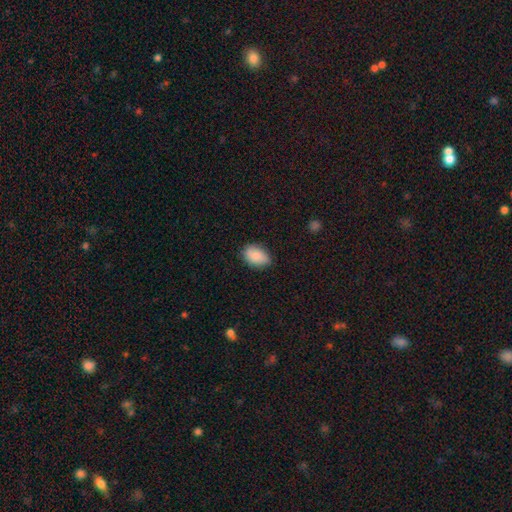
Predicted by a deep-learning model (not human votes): Smooth or featured?
  - smooth: 87% *
  - star or artifact: 7%
  - featured or disk: 6%
How rounded?
  - in between: 86% *
  - round: 12%
  - cigar-shaped: 1%
Merging?
  - none: 77% *
  - minor disturbance: 18%
  - major disturbance: 3%
  - merger: 1%